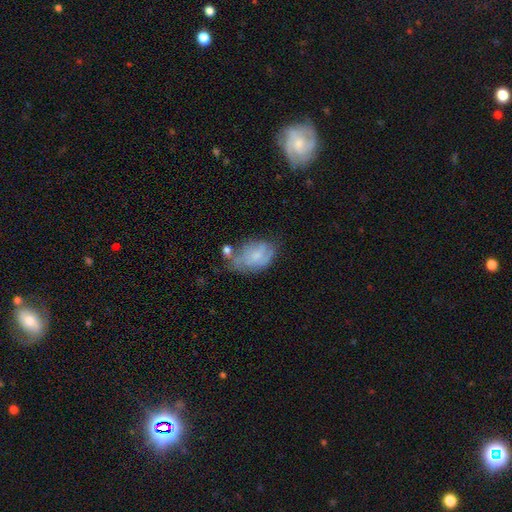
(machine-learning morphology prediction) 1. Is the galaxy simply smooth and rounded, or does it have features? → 46% featured or disk, 45% smooth, 9% star or artifact.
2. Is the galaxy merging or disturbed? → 40% none, 31% minor disturbance, 17% major disturbance, 12% merger.